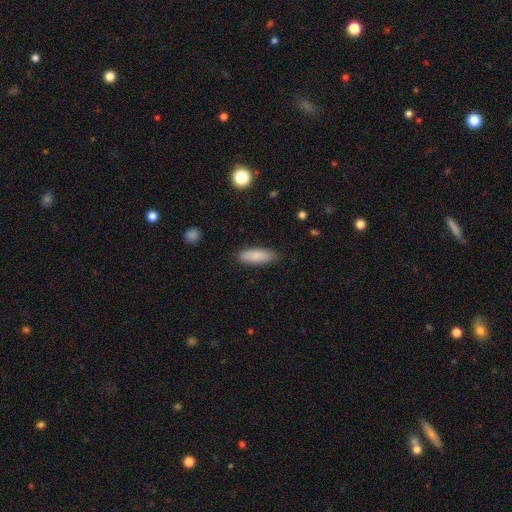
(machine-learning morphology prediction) Smooth or featured? smooth (85%)
How rounded? in between (60%)
Merging? none (84%)